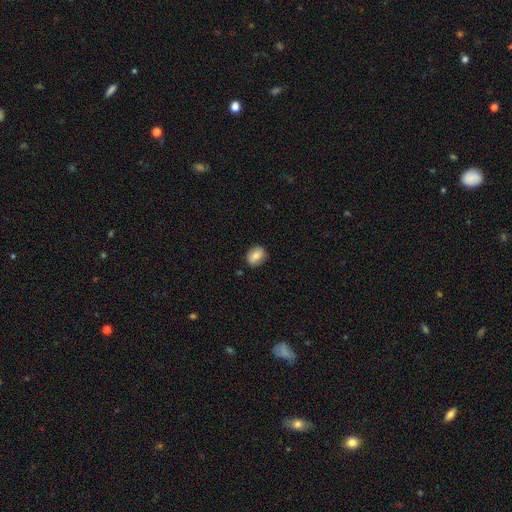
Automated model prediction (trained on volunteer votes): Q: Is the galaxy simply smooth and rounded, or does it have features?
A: smooth — 81%.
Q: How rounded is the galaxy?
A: in between — 56%.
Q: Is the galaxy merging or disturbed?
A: none — 87%.